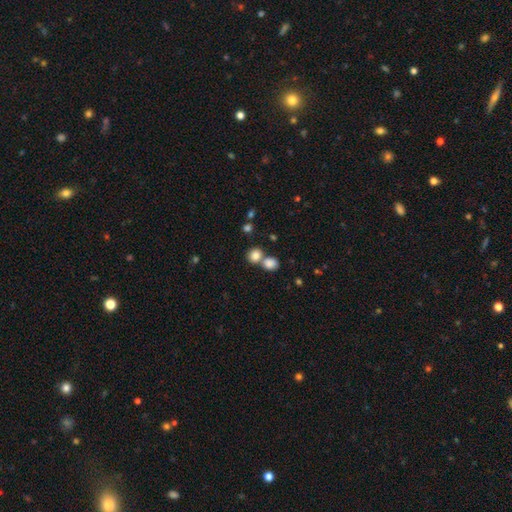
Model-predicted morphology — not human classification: Smooth or featured? smooth (83%)
How rounded? round (77%)
Merging? none (49%)